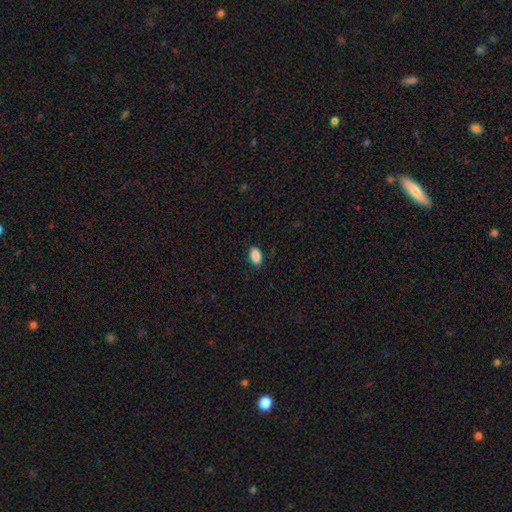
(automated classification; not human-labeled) A smooth galaxy with no disk features (89%) that is in between round and cigar-shaped (92%).

Vote fractions:
- Smooth or featured? smooth: 89% / star or artifact: 8% / featured or disk: 3%
- How rounded? in between: 92% / round: 5% / cigar-shaped: 3%
- Merging? none: 86% / minor disturbance: 10% / major disturbance: 2% / merger: 1%